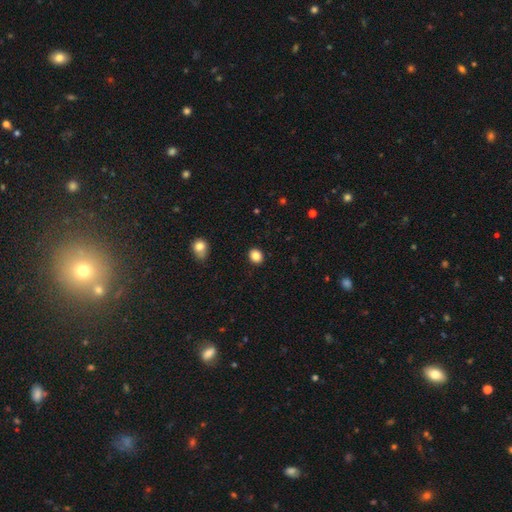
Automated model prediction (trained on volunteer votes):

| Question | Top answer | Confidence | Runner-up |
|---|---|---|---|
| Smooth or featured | smooth | 85% | star or artifact (10%) |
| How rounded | round | 61% | in between (38%) |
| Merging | none | 90% | minor disturbance (7%) |